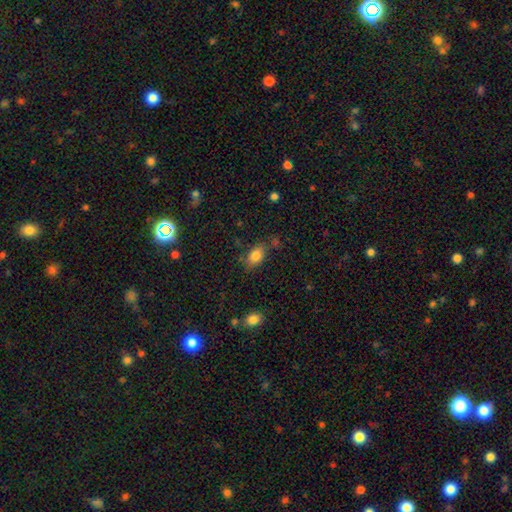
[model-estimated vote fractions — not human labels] smooth 82%, star or artifact 9%, featured or disk 9%. Down the decision tree: how rounded — in between (83%); merging — none (70%).